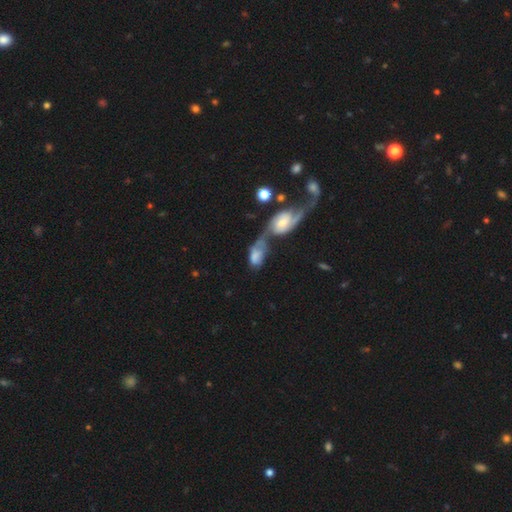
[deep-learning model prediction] This appears to be a smooth galaxy with no disk features (47%). Merging: merger (71%).